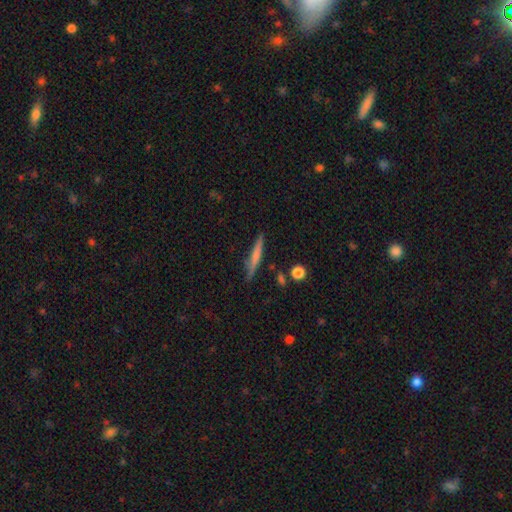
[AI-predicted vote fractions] This is possibly a smooth galaxy (57%). How rounded: clearly cigar-shaped (93%). Merging: clearly none (82%).